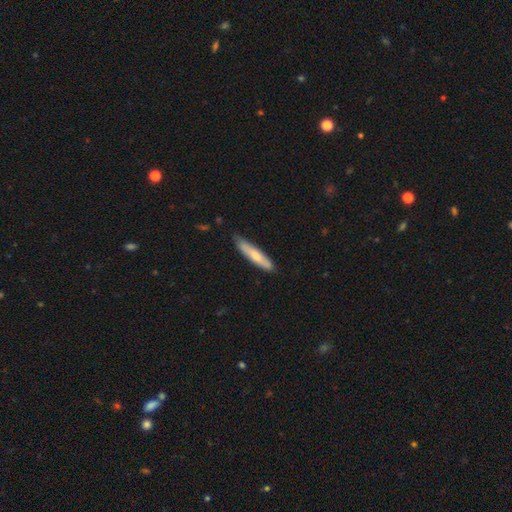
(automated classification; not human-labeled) A smooth galaxy with no disk features (65%) that is cigar-shaped (85%). Merging: none (76%).